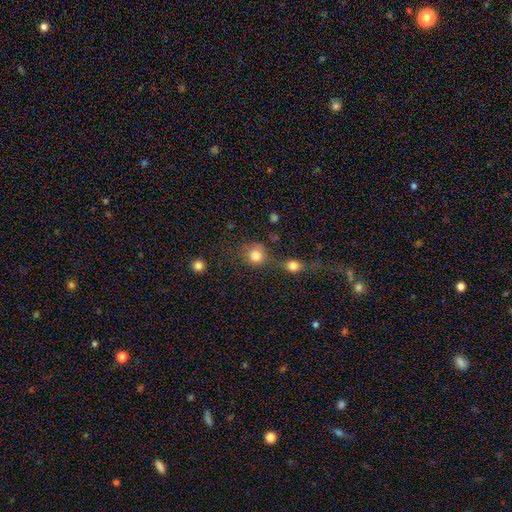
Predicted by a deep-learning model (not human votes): Smooth or featured: smooth — 82% (star or artifact — 11%)
How rounded: round — 88% (in between — 10%)
Merging: none — 61% (merger — 21%)